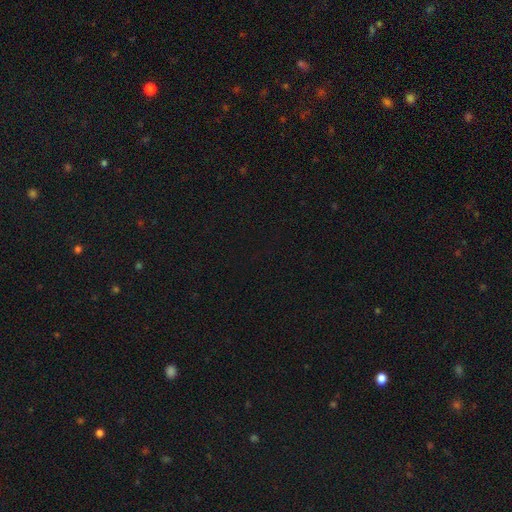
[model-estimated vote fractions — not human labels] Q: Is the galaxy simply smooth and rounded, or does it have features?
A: star or artifact — 74%.